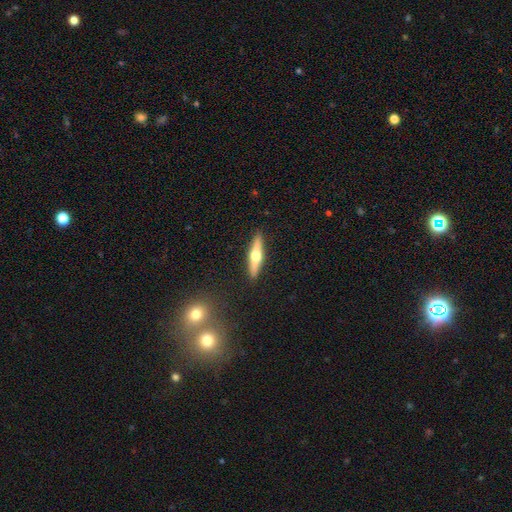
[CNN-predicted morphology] A featured or disk galaxy (58%) viewed edge-on (95%) with a rounded central bulge (95%).

Vote fractions:
- Smooth or featured? featured or disk: 58% / smooth: 36% / star or artifact: 6%
- Edge-on disk? yes: 95% / no: 5%
- Edge-on bulge? rounded: 95% / none: 3% / boxy: 2%
- Merging? none: 91% / minor disturbance: 7% / major disturbance: 2% / merger: 1%